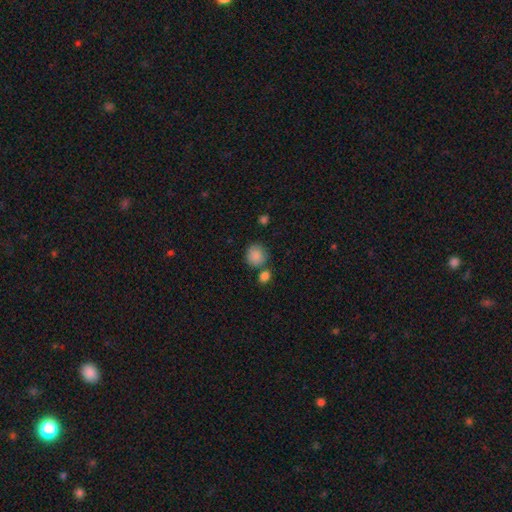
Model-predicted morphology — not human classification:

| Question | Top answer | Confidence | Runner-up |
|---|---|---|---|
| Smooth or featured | smooth | 87% | star or artifact (8%) |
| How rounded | round | 85% | in between (15%) |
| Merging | none | 70% | merger (14%) |